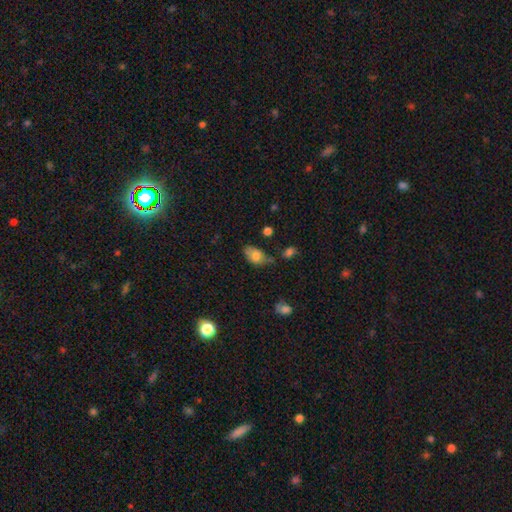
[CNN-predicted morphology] This appears to be a smooth galaxy with no disk features (72%) that is in between round and cigar-shaped (87%). Merging: none (42%).